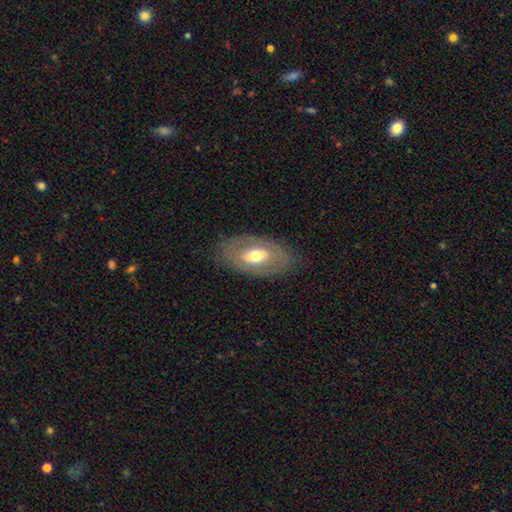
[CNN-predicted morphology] Smooth or featured: featured or disk — 48% (smooth — 46%)
Merging: none — 80% (minor disturbance — 13%)